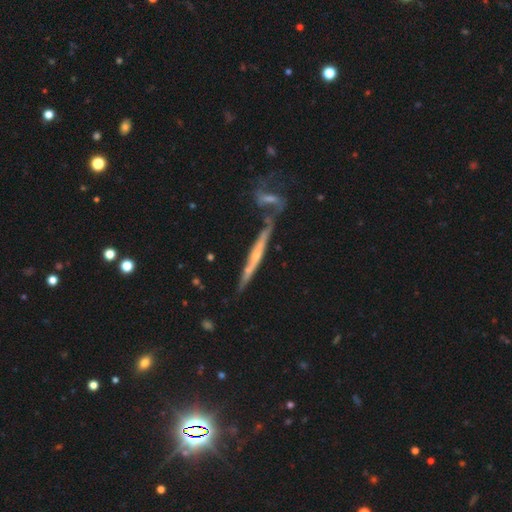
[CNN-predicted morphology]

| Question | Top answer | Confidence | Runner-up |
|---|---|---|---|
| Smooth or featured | featured or disk | 75% | smooth (18%) |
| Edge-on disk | yes | 92% | no (8%) |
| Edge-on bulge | rounded | 57% | none (36%) |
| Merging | none | 63% | merger (19%) |